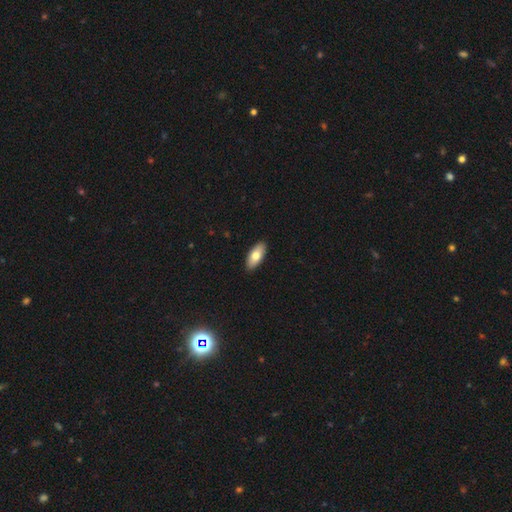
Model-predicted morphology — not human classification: A smooth galaxy with no disk features (76%) that is in between round and cigar-shaped (84%).

Vote fractions:
- Smooth or featured? smooth: 76% / featured or disk: 18% / star or artifact: 6%
- How rounded? in between: 84% / cigar-shaped: 13% / round: 2%
- Merging? none: 91% / minor disturbance: 7% / major disturbance: 1% / merger: 1%